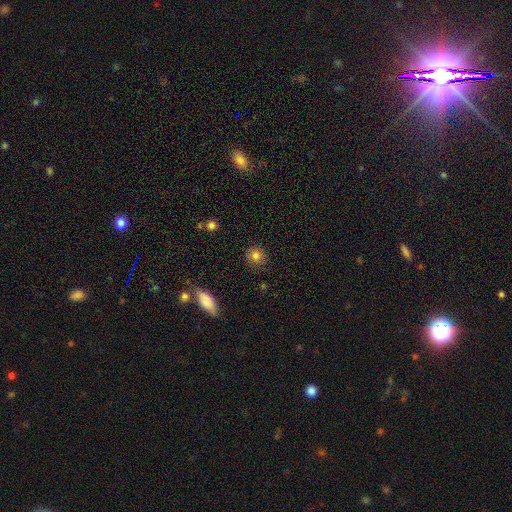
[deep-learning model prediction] smooth-or-featured: smooth: 82% | star or artifact: 11% | featured or disk: 7%
  how-rounded: round: 90% | in between: 9% | cigar-shaped: 1%
  merging: none: 87% | minor disturbance: 9% | major disturbance: 2% | merger: 2%